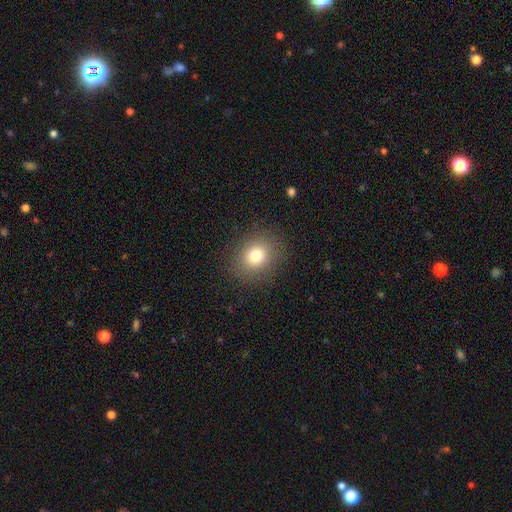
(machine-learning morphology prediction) type=smooth (77%); roundness=round (70%); merging=none (88%).